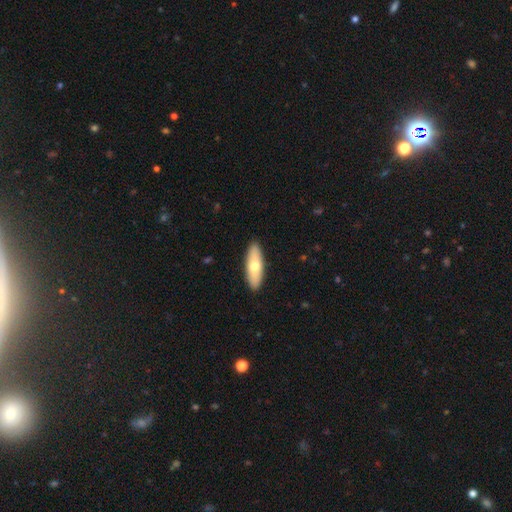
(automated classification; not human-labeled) Smooth or featured? smooth (50%)
Merging? none (87%)